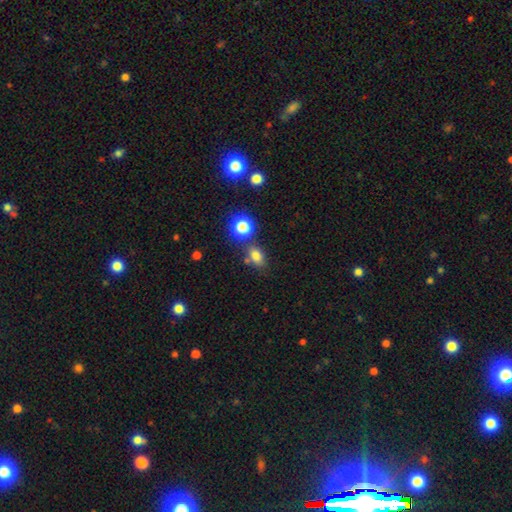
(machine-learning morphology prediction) This appears to be a smooth galaxy with no disk features (77%) that is in between round and cigar-shaped (75%). Merging: none (67%).